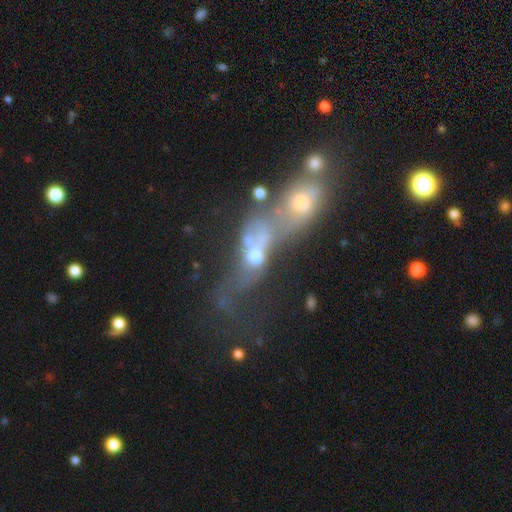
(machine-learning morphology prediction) smooth_or_featured: featured or disk (p=0.43) [alt: smooth p=0.39]
merging: merger (p=0.68) [alt: major disturbance p=0.15]